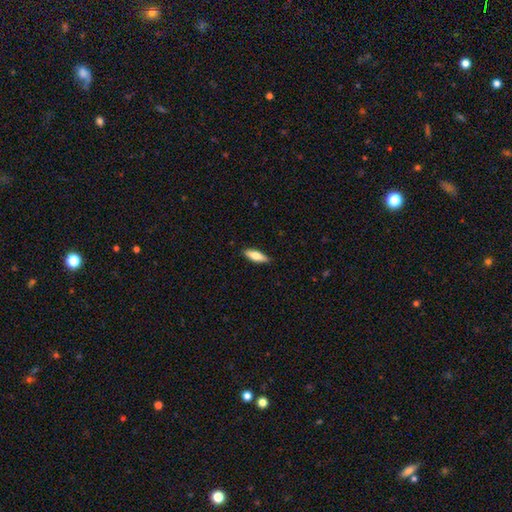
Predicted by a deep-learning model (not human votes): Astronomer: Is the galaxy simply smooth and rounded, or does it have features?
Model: smooth — 70%.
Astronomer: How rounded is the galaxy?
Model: in between — 54% (runner-up: cigar-shaped, 44%).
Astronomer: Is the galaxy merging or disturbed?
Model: none — 89%.